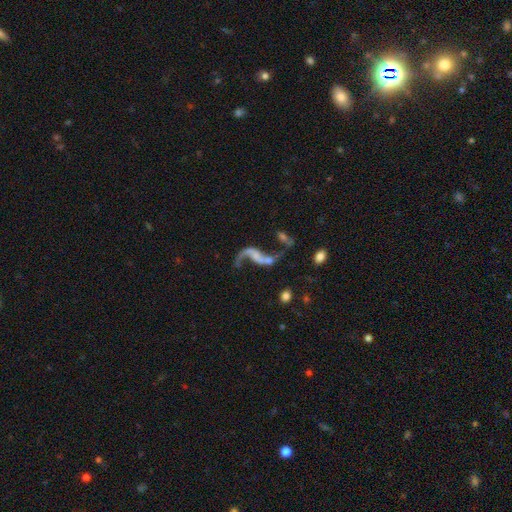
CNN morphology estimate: Smooth or featured? Predicted: featured or disk (p=0.81). Edge-on disk? Predicted: no (p=0.95). Bar? Predicted: no (p=0.54). Spiral arms? Predicted: yes (p=0.86). Spiral winding? Predicted: loose (p=0.92). Spiral arm count? Predicted: 2 (p=0.81). Bulge size? Predicted: none (p=0.42). Merging? Predicted: none (p=0.34).